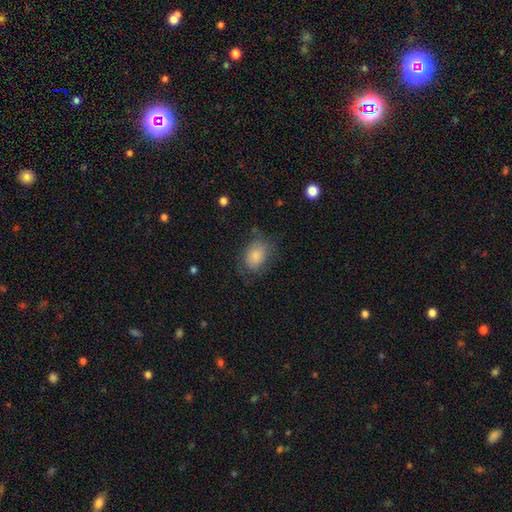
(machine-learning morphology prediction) type=smooth (81%); roundness=in between (71%); merging=none (61%).